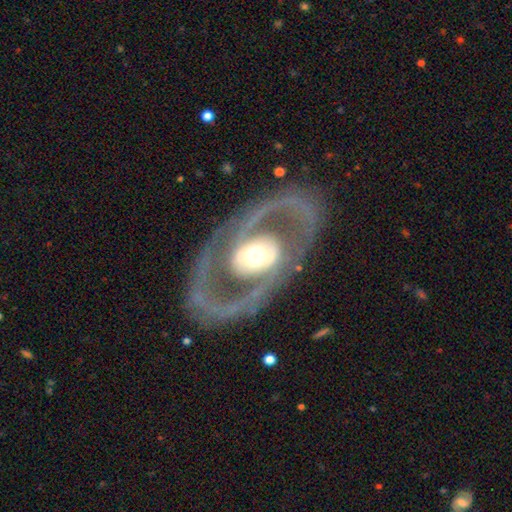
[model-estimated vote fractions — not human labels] Overall: featured or disk (85%). Edge-on disk: no (94%). Bar: no (64%). Spiral arms: yes (67%; no 33%). Spiral arm count: 2 (80%). Spiral winding: medium (45%; loose 29%). Bulge size: moderate (56%; large 33%). Merging: none (73%).